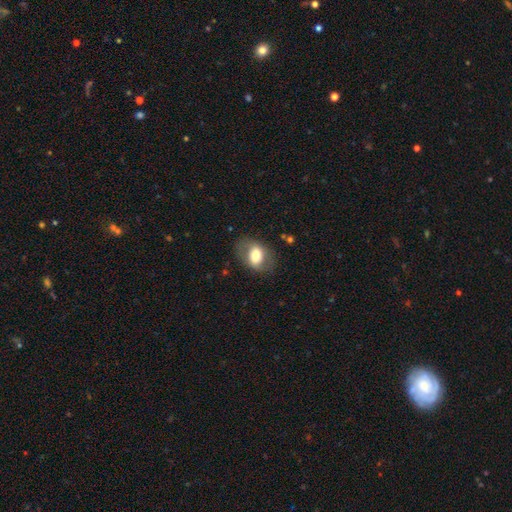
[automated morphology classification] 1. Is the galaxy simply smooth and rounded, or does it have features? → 63% smooth, 29% featured or disk, 8% star or artifact.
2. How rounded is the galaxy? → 78% in between, 21% round, 1% cigar-shaped.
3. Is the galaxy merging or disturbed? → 75% none, 15% minor disturbance, 8% major disturbance, 1% merger.